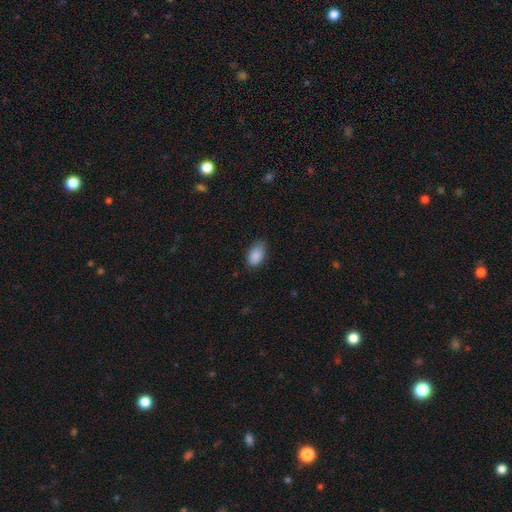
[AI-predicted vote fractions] smooth-or-featured: smooth: 89% | star or artifact: 7% | featured or disk: 4%
  how-rounded: in between: 92% | round: 6% | cigar-shaped: 2%
  merging: none: 77% | minor disturbance: 18% | major disturbance: 3% | merger: 1%